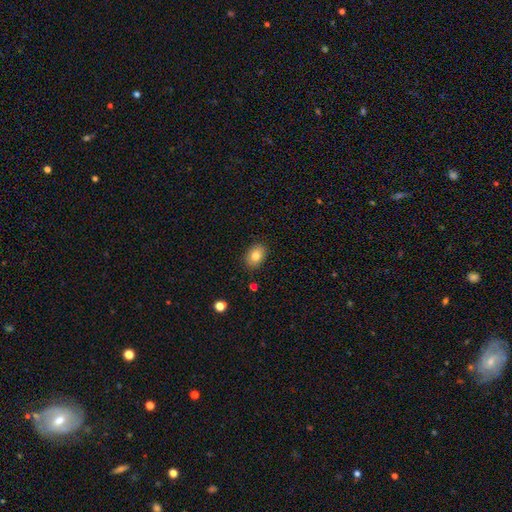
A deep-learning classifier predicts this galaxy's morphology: The model was most divided on "how rounded": in between: 75%, round: 24%, cigar-shaped: 1%. More confident: merging — none (86%); smooth or featured — smooth (82%).